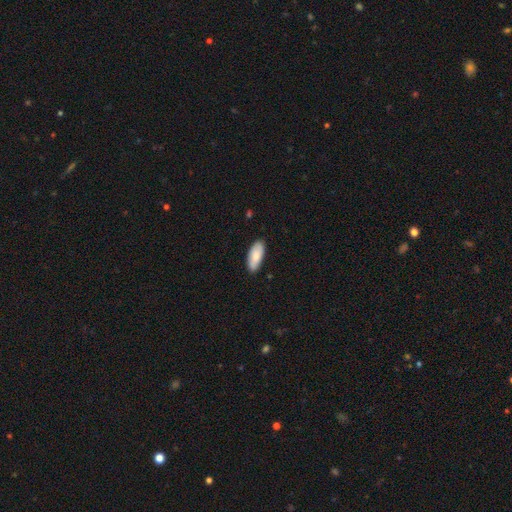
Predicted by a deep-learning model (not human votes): Q: Smooth or featured?
A: smooth (83%); runner-up: featured or disk (11%)
Q: How rounded?
A: in between (83%); runner-up: cigar-shaped (16%)
Q: Merging?
A: none (86%); runner-up: minor disturbance (11%)